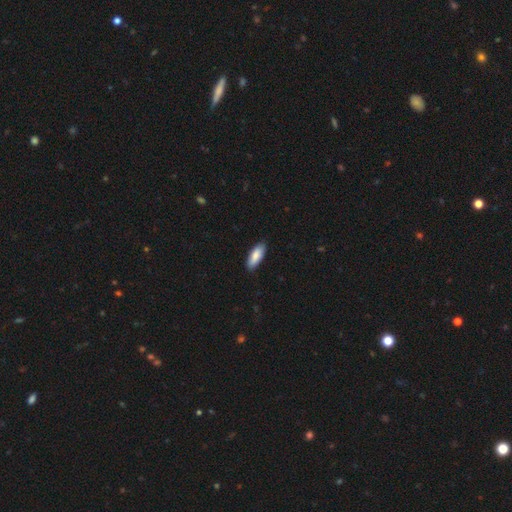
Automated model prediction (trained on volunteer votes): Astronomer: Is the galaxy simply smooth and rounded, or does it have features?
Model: smooth — 87%.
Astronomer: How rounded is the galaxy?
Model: in between — 72%.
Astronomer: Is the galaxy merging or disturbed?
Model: none — 87%.